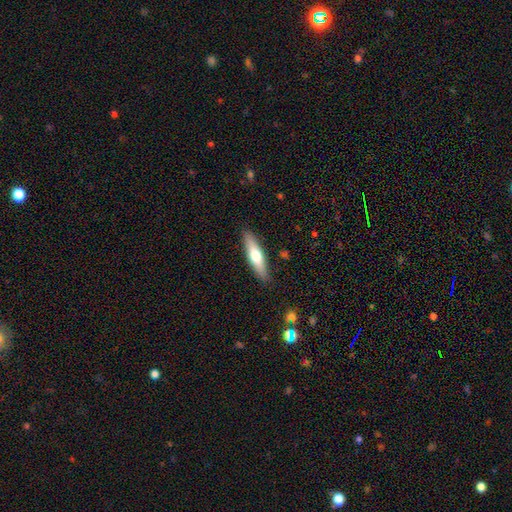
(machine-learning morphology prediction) Smooth or featured: smooth — 56% (featured or disk — 39%)
How rounded: cigar-shaped — 76% (in between — 23%)
Merging: none — 89% (minor disturbance — 8%)